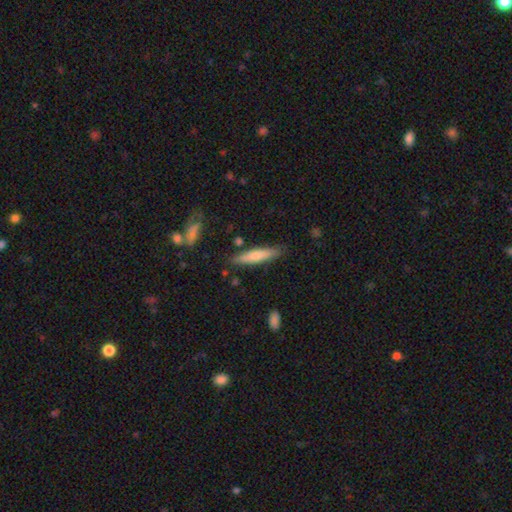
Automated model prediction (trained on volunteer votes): Overall: smooth (64%; featured or disk 30%). How rounded: cigar-shaped (83%). Merging: none (82%).